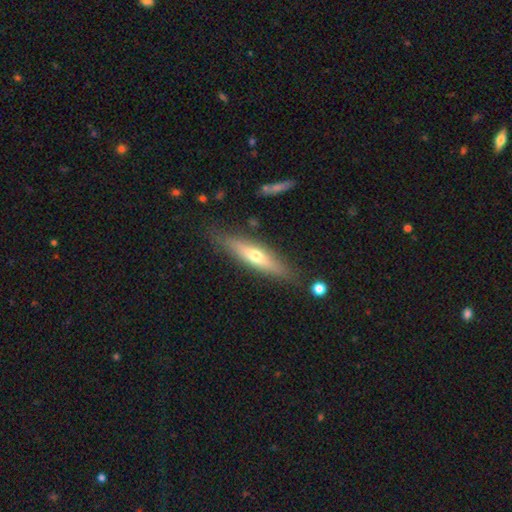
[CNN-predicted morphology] Overall: featured or disk (48%; smooth 45%). Merging: none (83%).